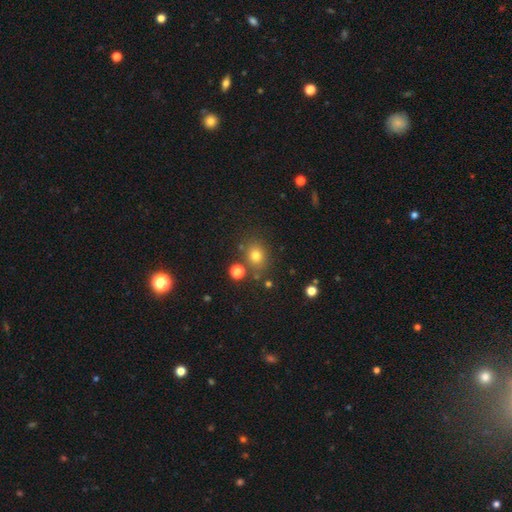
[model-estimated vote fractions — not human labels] Smooth or featured? smooth (75%)
How rounded? round (69%)
Merging? none (77%)